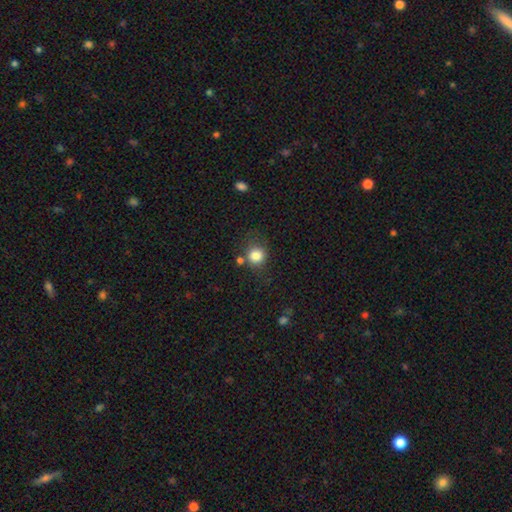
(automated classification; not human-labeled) This is clearly a smooth galaxy (82%). How rounded: clearly round (84%). Merging: likely none (69%).